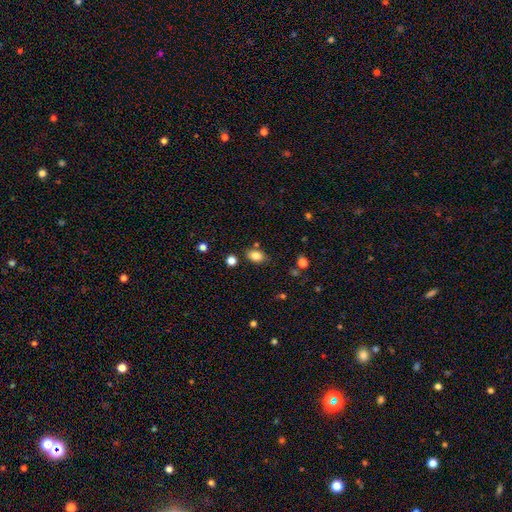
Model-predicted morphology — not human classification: smooth 83%, star or artifact 10%, featured or disk 7%. Down the decision tree: how rounded — in between (82%); merging — none (77%).